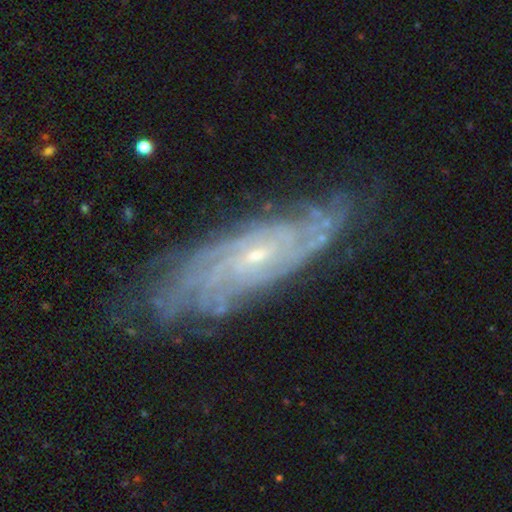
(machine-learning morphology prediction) Smooth or featured: featured or disk — 87% (smooth — 7%)
Edge-on disk: no — 88% (yes — 12%)
Bar: no — 64% (weak — 29%)
Spiral arms: yes — 97% (no — 3%)
Spiral winding: tight — 73% (medium — 23%)
Spiral arm count: can't tell — 38% (4 — 17%)
Bulge size: small — 79% (moderate — 17%)
Merging: none — 77% (minor disturbance — 17%)